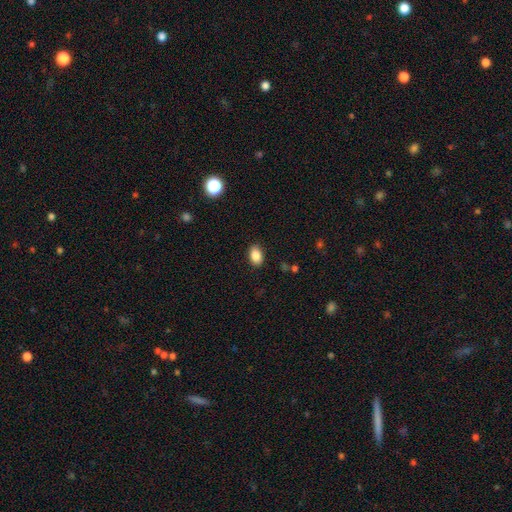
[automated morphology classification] This appears to be a smooth galaxy with no disk features (87%) that is in between round and cigar-shaped (88%). Merging: none (88%).